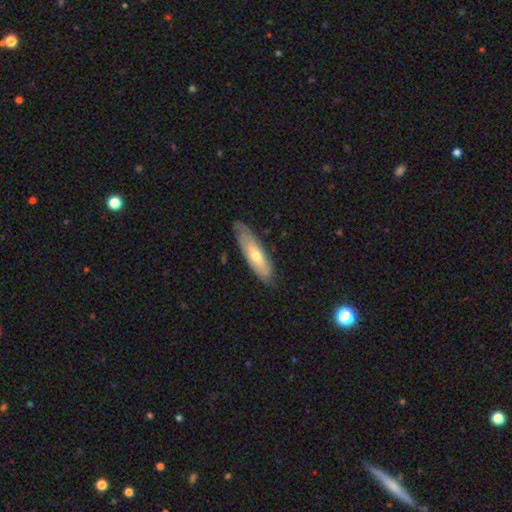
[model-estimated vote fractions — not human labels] This appears to be a smooth galaxy with no disk features (49%). Merging: none (72%).